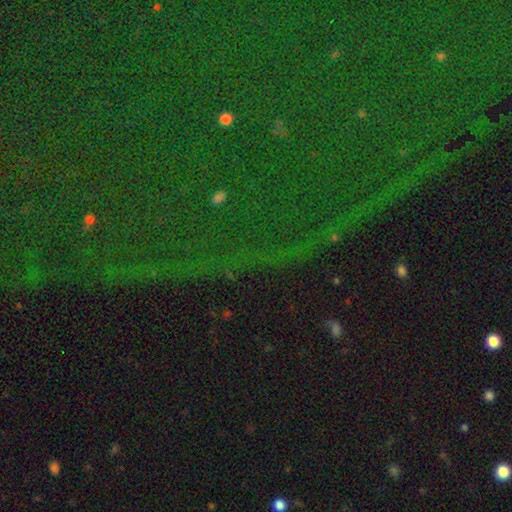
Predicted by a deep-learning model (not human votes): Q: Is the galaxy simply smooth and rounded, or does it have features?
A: star or artifact — 84%.